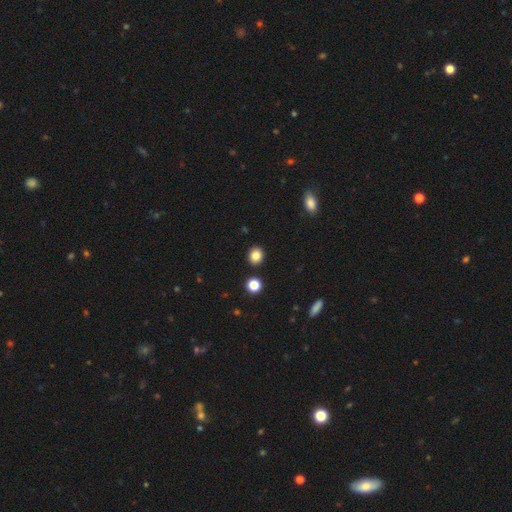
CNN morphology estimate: Smooth or featured?
  - smooth: 84% *
  - star or artifact: 11%
  - featured or disk: 5%
How rounded?
  - round: 76% *
  - in between: 23%
  - cigar-shaped: 1%
Merging?
  - none: 89% *
  - minor disturbance: 6%
  - merger: 3%
  - major disturbance: 2%